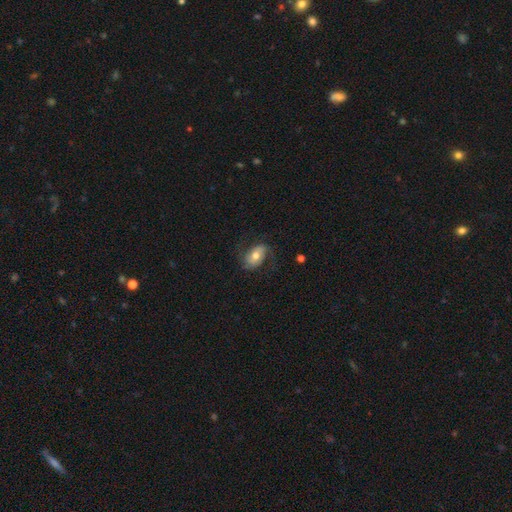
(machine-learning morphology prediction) Smooth or featured? Predicted: featured or disk (p=0.58). Edge-on disk? Predicted: no (p=0.95). Bar? Predicted: no (p=0.62). Spiral arms? Predicted: yes (p=0.83). Bulge size? Predicted: moderate (p=0.71). Merging? Predicted: none (p=0.63).